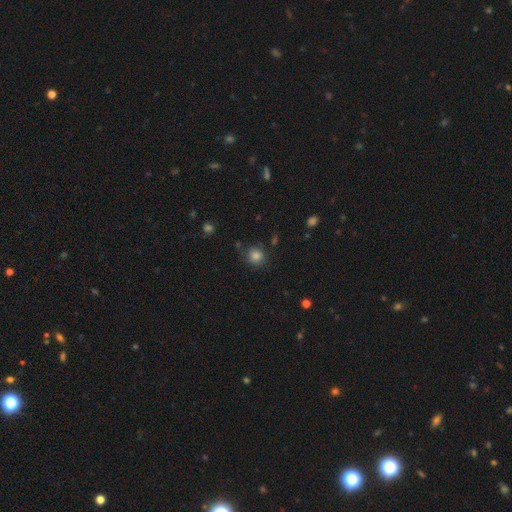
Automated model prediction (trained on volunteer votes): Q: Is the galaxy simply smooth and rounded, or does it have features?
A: smooth — 82%.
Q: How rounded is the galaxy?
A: round — 89%.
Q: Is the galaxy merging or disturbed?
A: none — 80%.